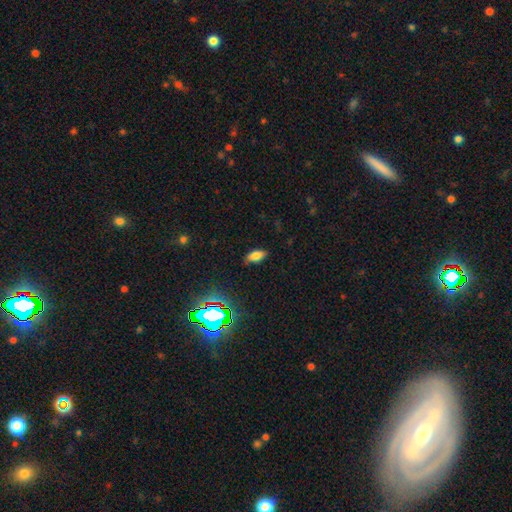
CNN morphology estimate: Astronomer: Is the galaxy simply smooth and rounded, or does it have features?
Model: smooth — 75%.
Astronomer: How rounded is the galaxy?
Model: in between — 89%.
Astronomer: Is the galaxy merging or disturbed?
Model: none — 81%.